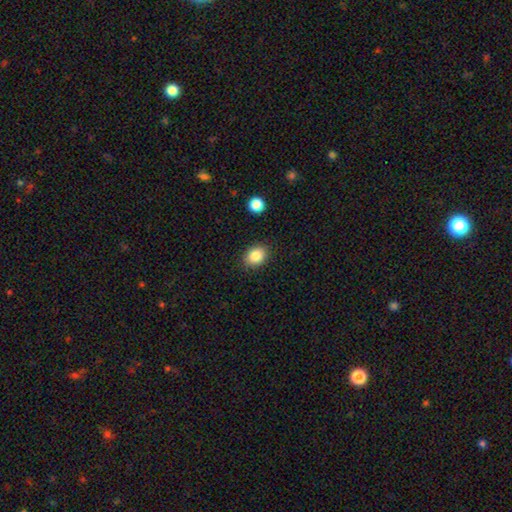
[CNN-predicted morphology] Smooth or featured? smooth (85%)
How rounded? in between (60%)
Merging? none (85%)